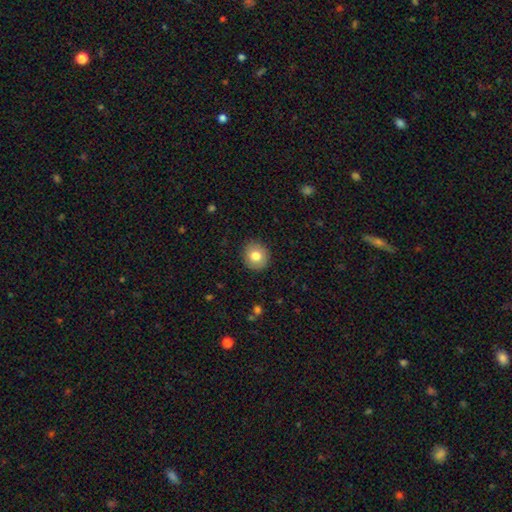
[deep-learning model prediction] Smooth or featured: smooth — 79% (featured or disk — 12%)
How rounded: round — 87% (in between — 12%)
Merging: none — 90% (minor disturbance — 7%)